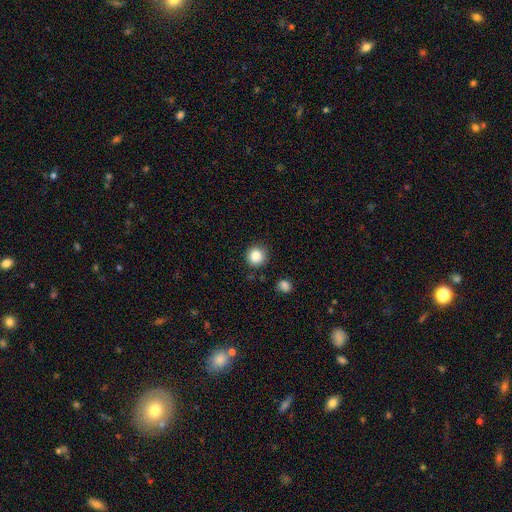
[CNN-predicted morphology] Smooth or featured? smooth (86%)
How rounded? round (93%)
Merging? none (87%)